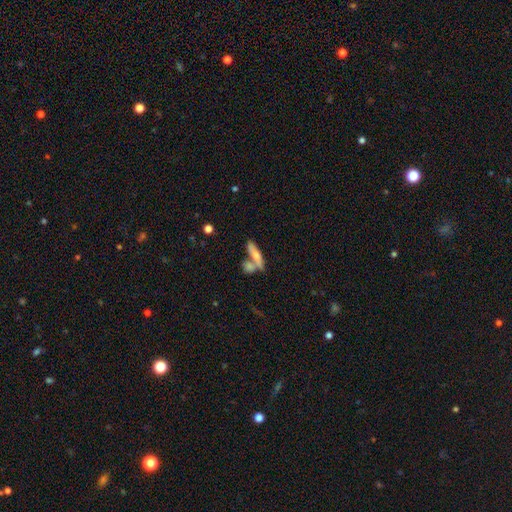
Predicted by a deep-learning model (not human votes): A smooth galaxy with no disk features (60%) that is cigar-shaped (65%). Merging: none (44%).